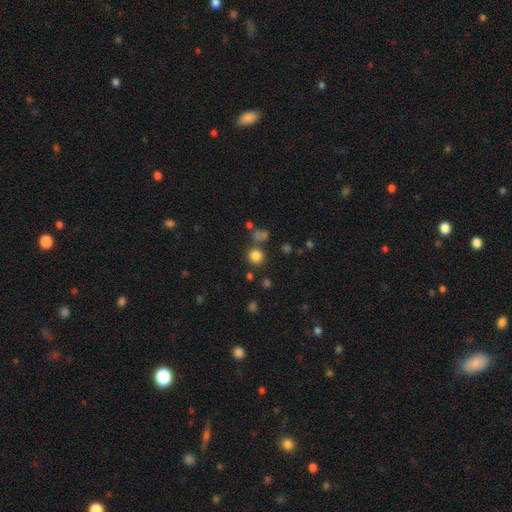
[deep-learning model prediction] smooth 80%, star or artifact 14%, featured or disk 5%. Down the decision tree: how rounded — round (89%); merging — none (79%).